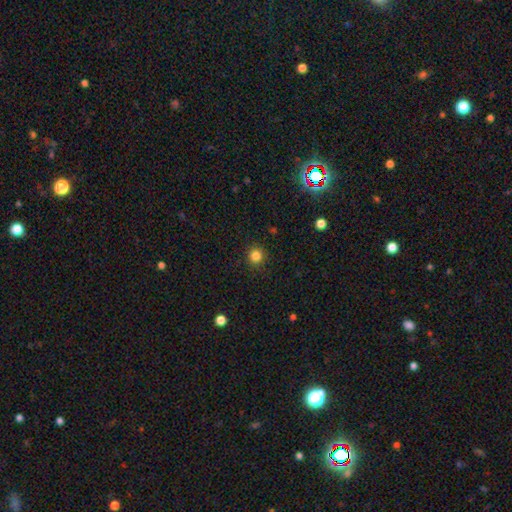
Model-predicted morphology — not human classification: A smooth galaxy with no disk features (83%) that is round (93%). Merging: none (91%).